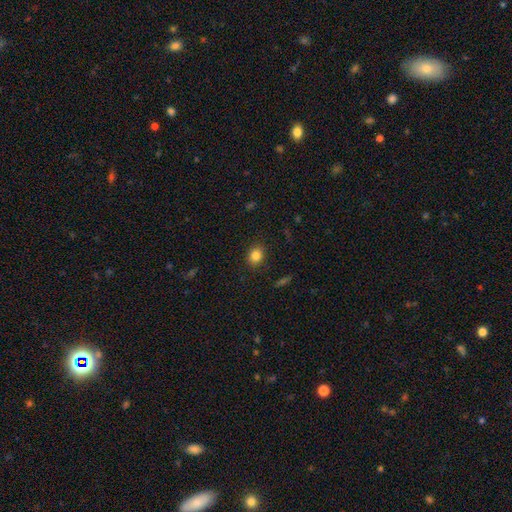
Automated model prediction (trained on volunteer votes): The model was most divided on "how rounded": round: 63%, in between: 36%, cigar-shaped: 1%. More confident: merging — none (88%); smooth or featured — smooth (84%).